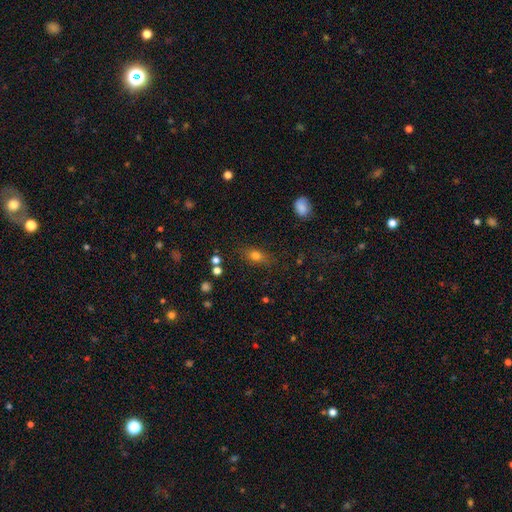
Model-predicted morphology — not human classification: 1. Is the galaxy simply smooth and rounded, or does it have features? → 75% smooth, 13% star or artifact, 12% featured or disk.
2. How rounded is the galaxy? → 71% in between, 20% round, 9% cigar-shaped.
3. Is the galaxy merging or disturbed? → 77% none, 15% minor disturbance, 5% major disturbance, 3% merger.